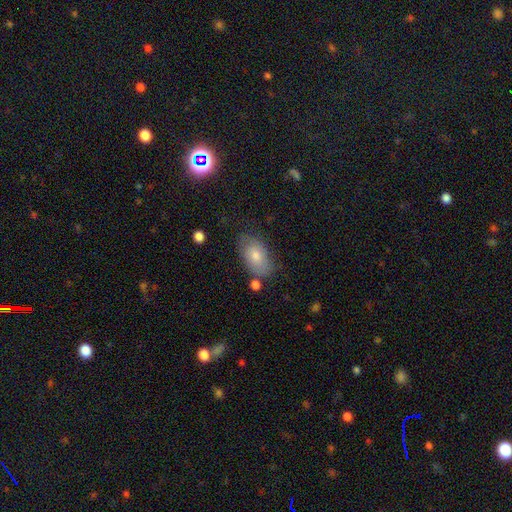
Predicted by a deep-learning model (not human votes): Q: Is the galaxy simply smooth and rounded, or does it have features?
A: smooth — 66%.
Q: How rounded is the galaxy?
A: in between — 89%.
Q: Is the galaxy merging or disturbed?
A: none — 69%.